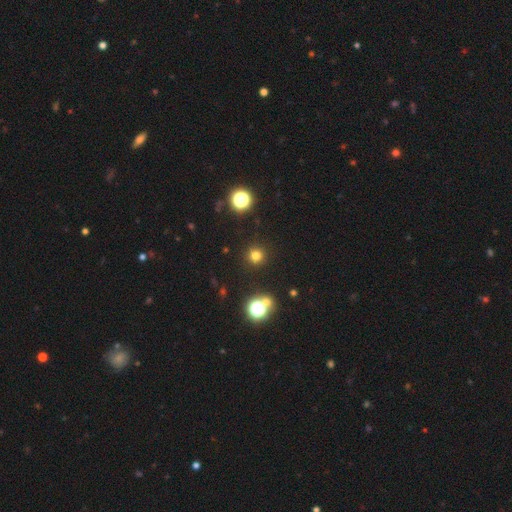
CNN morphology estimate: Overall: smooth (76%). How rounded: round (96%). Merging: none (92%).